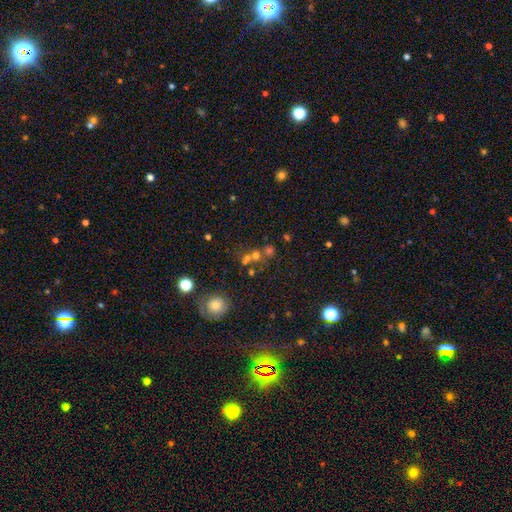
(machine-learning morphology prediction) smooth 57%, star or artifact 27%, featured or disk 15%. Down the decision tree: how rounded — round (80%); merging — none (46%).